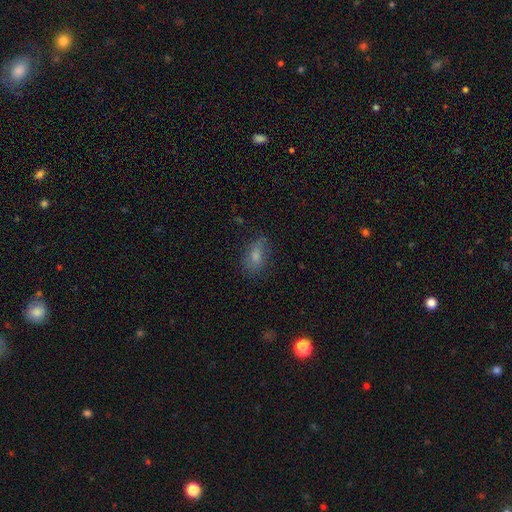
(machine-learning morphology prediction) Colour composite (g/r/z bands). It shows a smooth galaxy with no disk features (72%) that is in between round and cigar-shaped (83%). Merging: none (66%).